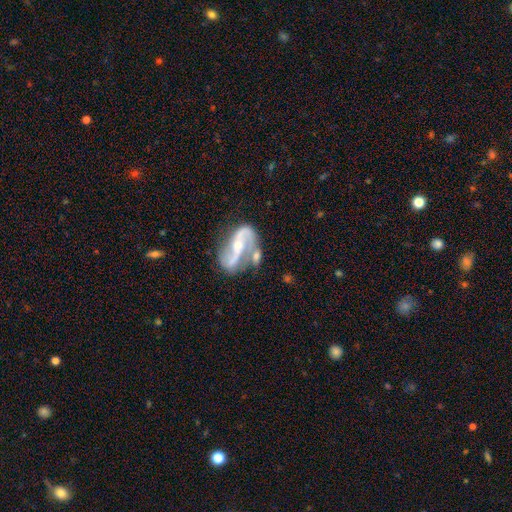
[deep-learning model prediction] Smooth or featured?
  - featured or disk: 85% *
  - smooth: 9%
  - star or artifact: 6%
Edge-on disk?
  - no: 97% *
  - yes: 3%
Bar?
  - no: 39% *
  - weak: 37%
  - strong: 24%
Spiral arms?
  - yes: 93% *
  - no: 7%
Spiral winding?
  - loose: 56% *
  - medium: 35%
  - tight: 8%
Spiral arm count?
  - 2: 91% *
  - 1: 3%
  - can't tell: 3%
  - 3: 1%
  - 4: 1%
  - more than 4: 1%
Bulge size?
  - small: 48% *
  - moderate: 43%
  - none: 5%
  - large: 3%
  - dominant: 1%
Merging?
  - none: 42% *
  - merger: 28%
  - minor disturbance: 17%
  - major disturbance: 13%